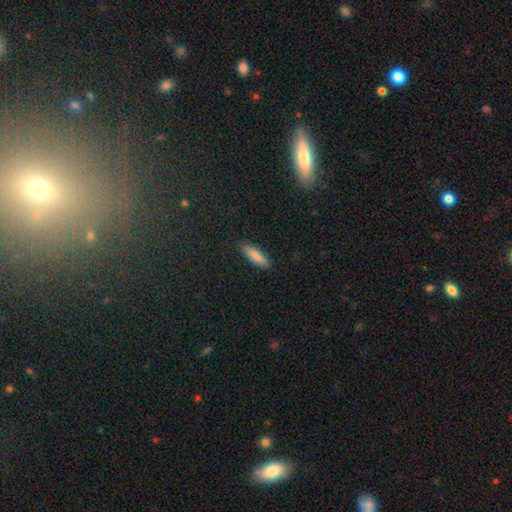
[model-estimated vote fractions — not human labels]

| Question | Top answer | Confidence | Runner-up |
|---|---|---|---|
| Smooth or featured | smooth | 85% | featured or disk (9%) |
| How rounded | cigar-shaped | 61% | in between (37%) |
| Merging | none | 89% | minor disturbance (8%) |